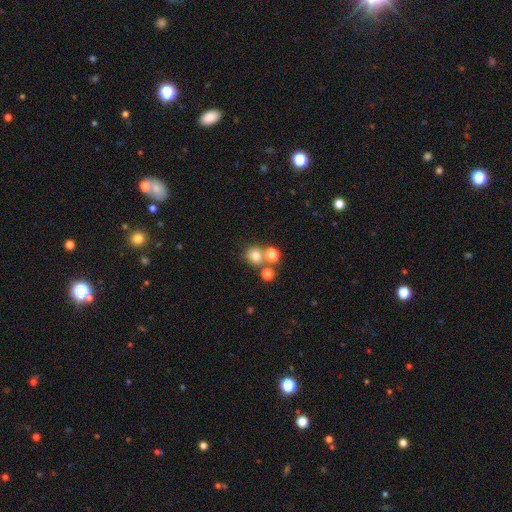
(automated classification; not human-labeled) Smooth or featured: smooth — 75% (star or artifact — 16%)
How rounded: round — 83% (in between — 16%)
Merging: none — 61% (merger — 26%)